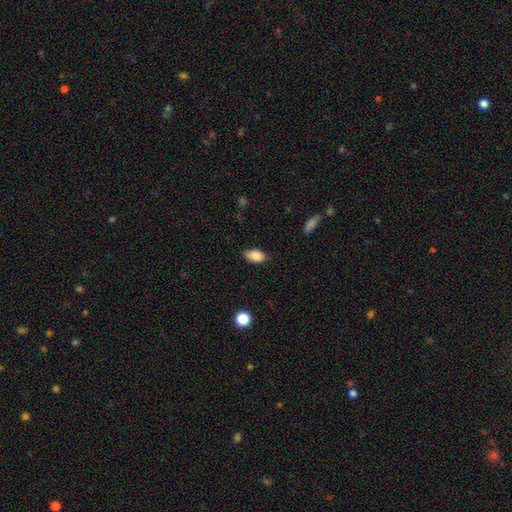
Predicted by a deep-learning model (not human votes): A smooth galaxy with no disk features (87%) that is in between round and cigar-shaped (92%). Merging: none (79%).